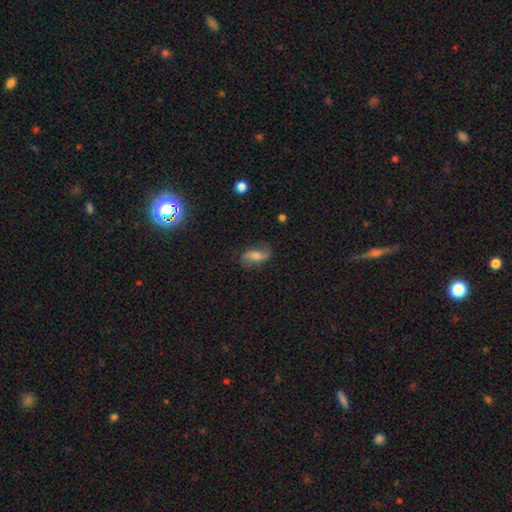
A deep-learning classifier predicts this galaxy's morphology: This is possibly a featured or disk galaxy (47%). Merging: likely none (75%).